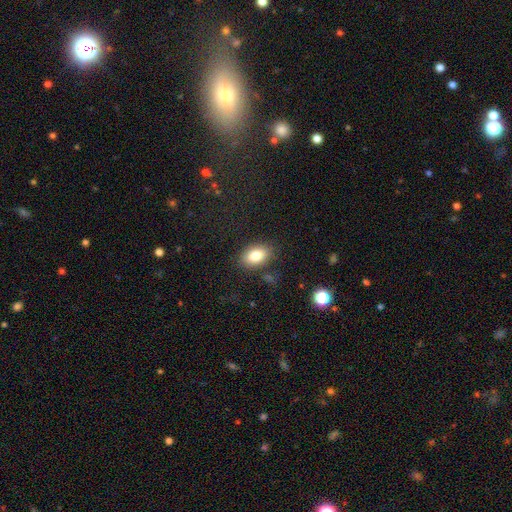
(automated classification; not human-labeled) Morphology: type=smooth (82%); roundness=in between (89%); merging=none (82%).